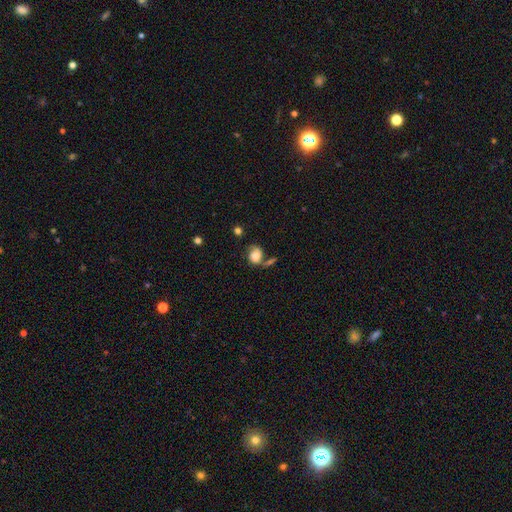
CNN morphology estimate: smooth 53%, featured or disk 36%, star or artifact 11%. Down the decision tree: how rounded — round (51%); merging — none (41%).